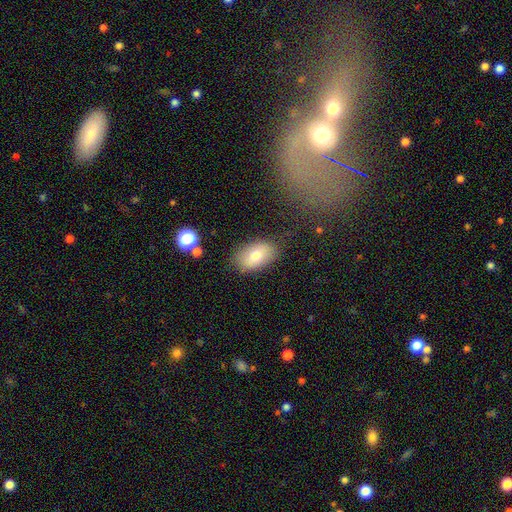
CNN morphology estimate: A smooth galaxy with no disk features (72%) that is in between round and cigar-shaped (91%). Merging: none (81%).